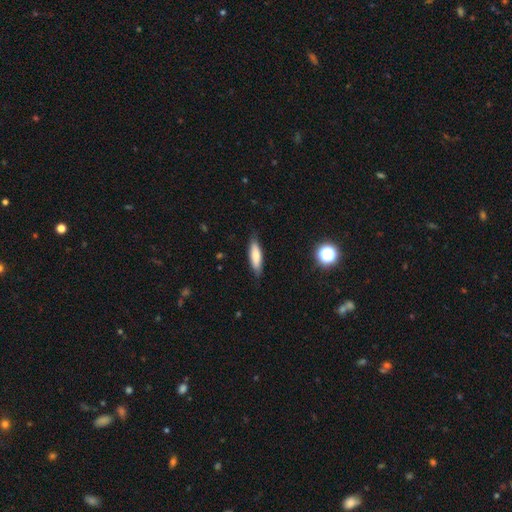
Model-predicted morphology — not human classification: smooth 76%, featured or disk 17%, star or artifact 7%. Down the decision tree: how rounded — cigar-shaped (57%); merging — none (82%).